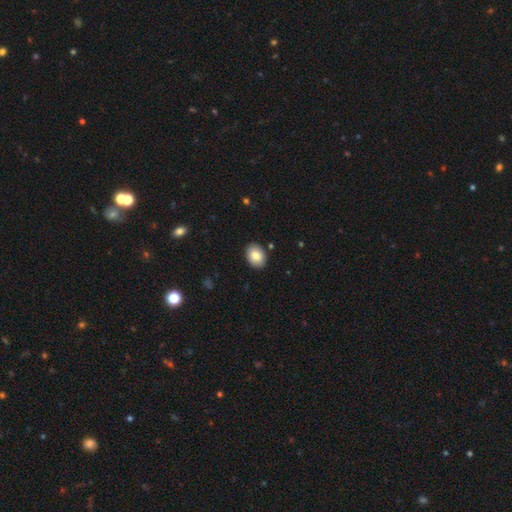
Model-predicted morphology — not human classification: This appears to be a smooth galaxy with no disk features (83%) that is in between round and cigar-shaped (74%). Merging: none (89%).